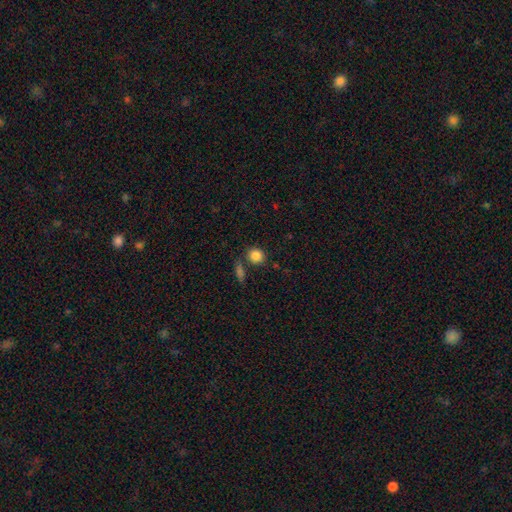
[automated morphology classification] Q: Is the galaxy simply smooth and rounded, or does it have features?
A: smooth — 86%.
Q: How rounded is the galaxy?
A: round — 81%.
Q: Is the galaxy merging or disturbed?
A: none — 73%.